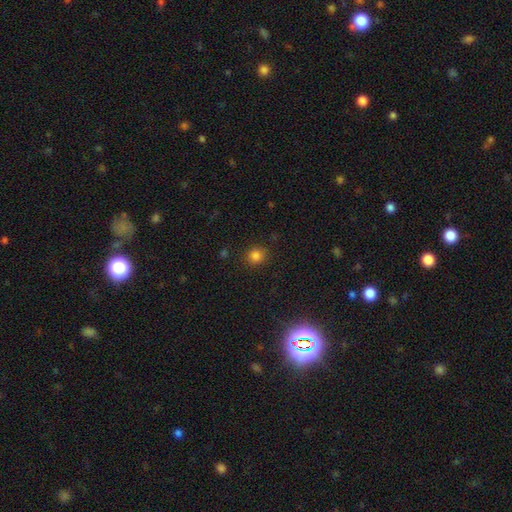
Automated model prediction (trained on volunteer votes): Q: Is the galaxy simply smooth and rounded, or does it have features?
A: smooth — 82%.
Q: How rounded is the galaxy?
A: round — 86%.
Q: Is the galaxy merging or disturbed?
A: none — 87%.